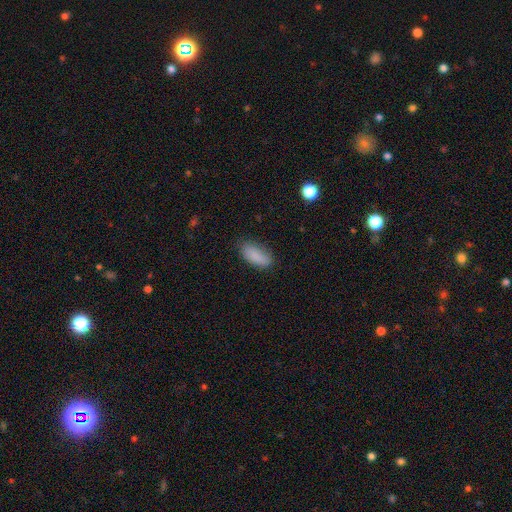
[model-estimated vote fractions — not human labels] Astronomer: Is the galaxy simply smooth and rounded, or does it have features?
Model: smooth — 87%.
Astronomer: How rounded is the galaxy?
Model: in between — 86%.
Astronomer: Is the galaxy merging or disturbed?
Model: none — 76%.